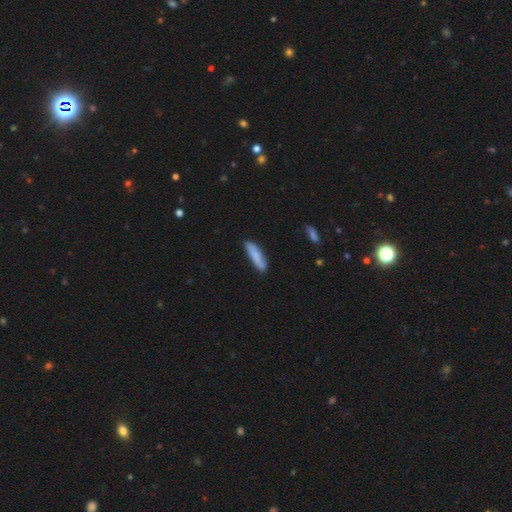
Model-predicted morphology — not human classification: smooth 79%, featured or disk 15%, star or artifact 6%. Down the decision tree: how rounded — cigar-shaped (73%); merging — none (79%).